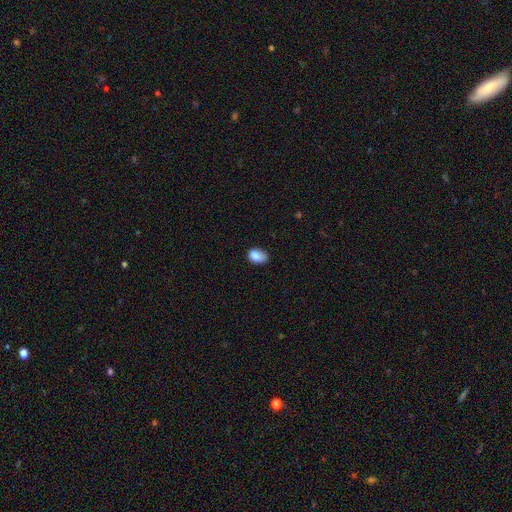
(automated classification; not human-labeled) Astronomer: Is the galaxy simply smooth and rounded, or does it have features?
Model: smooth — 85%.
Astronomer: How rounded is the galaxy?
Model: in between — 79%.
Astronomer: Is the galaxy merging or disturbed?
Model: none — 56% (runner-up: minor disturbance, 33%).